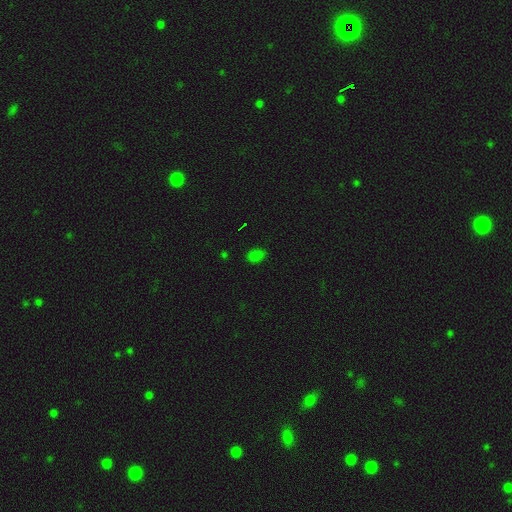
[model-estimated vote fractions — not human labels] smooth 75%, star or artifact 21%, featured or disk 4%. Down the decision tree: how rounded — in between (81%); merging — none (82%).